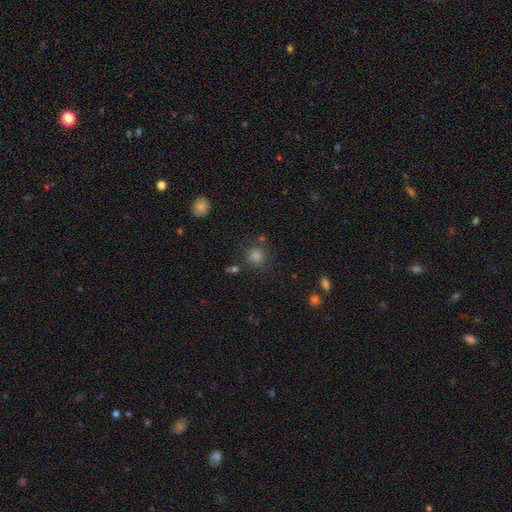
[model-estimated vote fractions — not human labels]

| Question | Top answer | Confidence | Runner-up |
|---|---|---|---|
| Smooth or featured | smooth | 75% | star or artifact (19%) |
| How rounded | round | 91% | in between (8%) |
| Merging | none | 81% | minor disturbance (9%) |